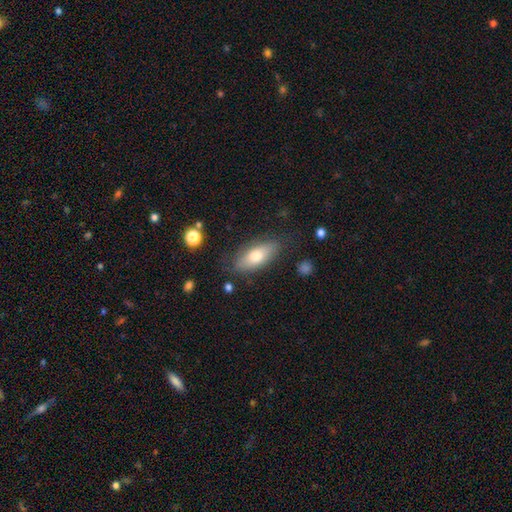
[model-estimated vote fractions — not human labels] Overall: smooth (70%). How rounded: in between (78%). Merging: none (78%).